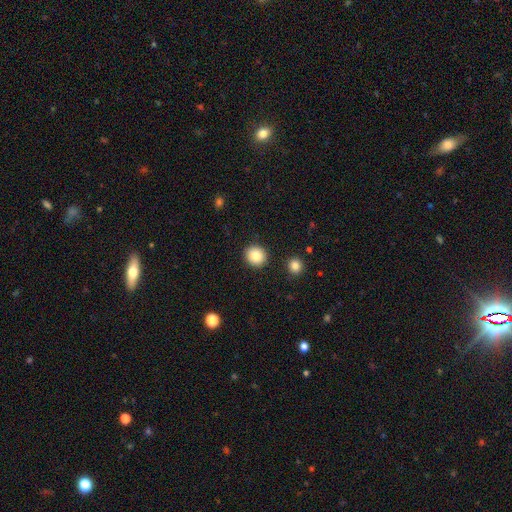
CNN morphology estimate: smooth-or-featured: smooth: 86% | star or artifact: 9% | featured or disk: 5%
  how-rounded: round: 88% | in between: 11% | cigar-shaped: 1%
  merging: none: 91% | minor disturbance: 6% | major disturbance: 2% | merger: 2%